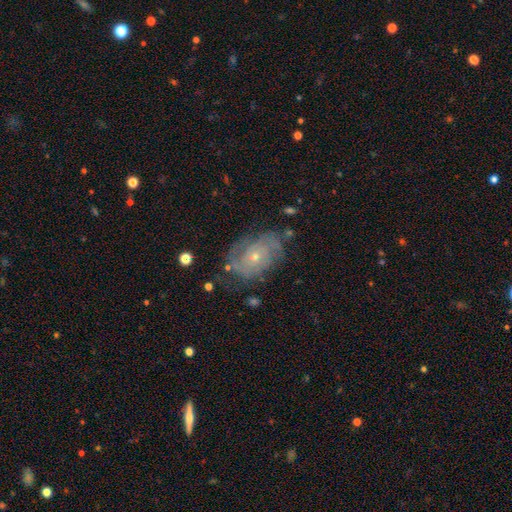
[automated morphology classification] Smooth or featured: featured or disk — 70% (smooth — 22%)
Edge-on disk: no — 95% (yes — 5%)
Bar: no — 82% (weak — 15%)
Spiral arms: yes — 80% (no — 20%)
Spiral winding: tight — 61% (medium — 28%)
Spiral arm count: can't tell — 50% (2 — 28%)
Bulge size: small — 64% (moderate — 33%)
Merging: none — 66% (minor disturbance — 22%)